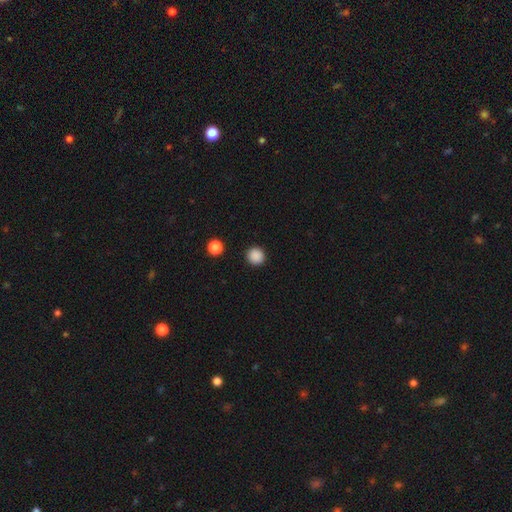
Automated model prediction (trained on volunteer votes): This is clearly a smooth galaxy (87%). How rounded: clearly round (94%). Merging: clearly none (92%).